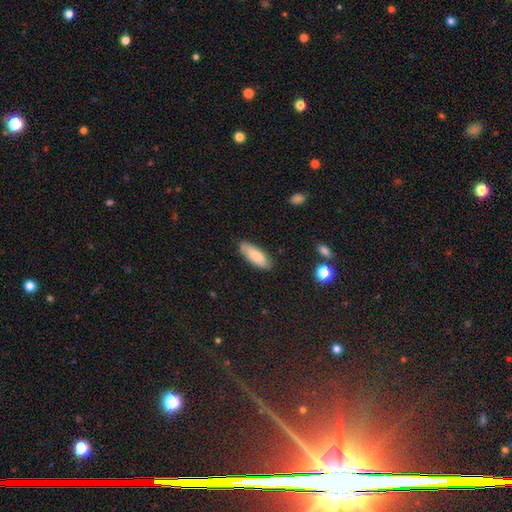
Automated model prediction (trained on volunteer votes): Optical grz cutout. It shows a smooth galaxy with no disk features (81%) that is in between round and cigar-shaped (67%). Merging: none (84%).